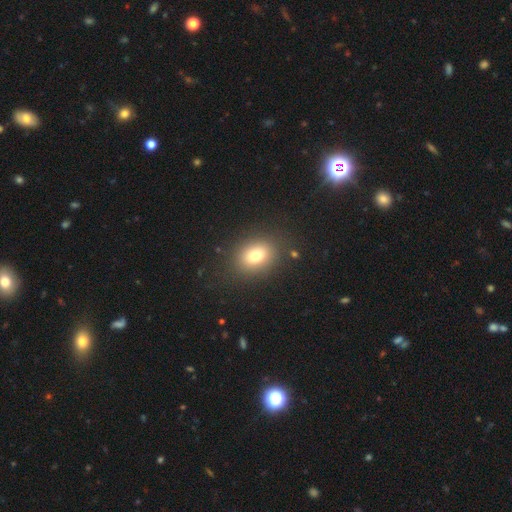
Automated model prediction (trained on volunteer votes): Smooth or featured? Predicted: smooth (p=0.77). How rounded? Predicted: in between (p=0.61). Merging? Predicted: none (p=0.85).